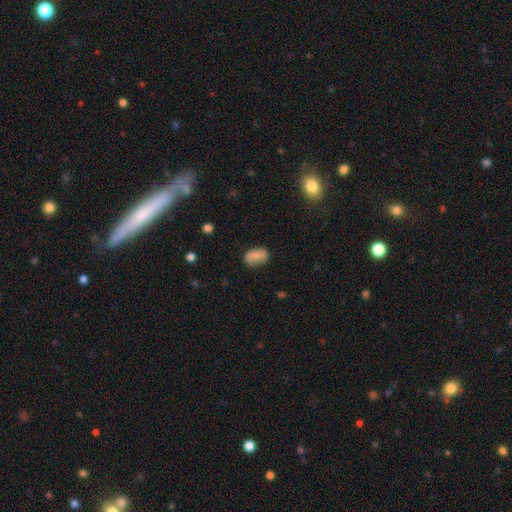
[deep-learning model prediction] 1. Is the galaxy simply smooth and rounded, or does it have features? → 73% smooth, 19% featured or disk, 8% star or artifact.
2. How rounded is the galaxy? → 88% in between, 10% round, 2% cigar-shaped.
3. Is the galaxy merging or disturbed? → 76% none, 18% minor disturbance, 4% major disturbance, 2% merger.